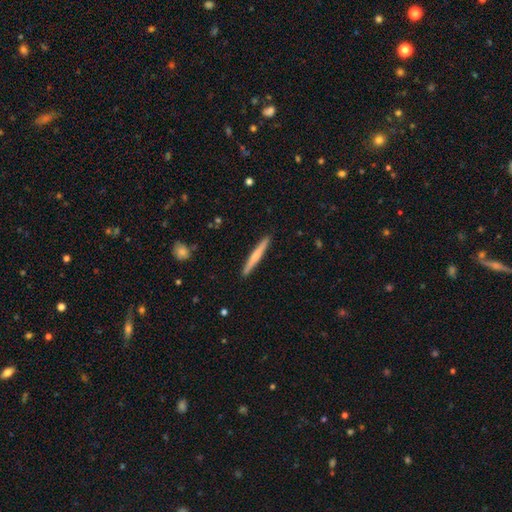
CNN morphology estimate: A smooth galaxy with no disk features (53%) that is cigar-shaped (96%).

Vote fractions:
- Smooth or featured? smooth: 53% / featured or disk: 42% / star or artifact: 5%
- How rounded? cigar-shaped: 96% / in between: 3% / round: 1%
- Merging? none: 92% / minor disturbance: 6% / major disturbance: 1% / merger: 1%